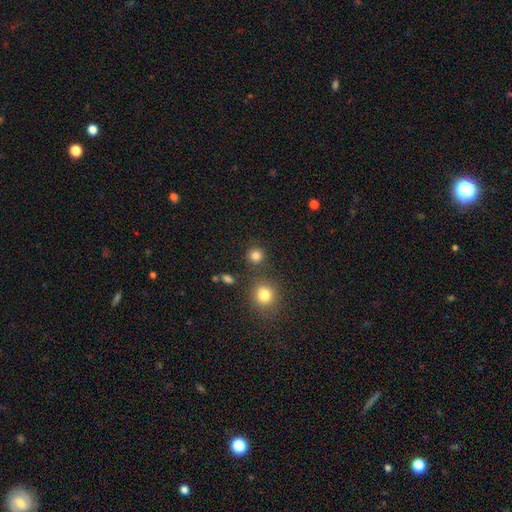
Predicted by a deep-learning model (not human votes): smooth 82%, star or artifact 14%, featured or disk 5%. Down the decision tree: how rounded — round (92%); merging — none (82%).